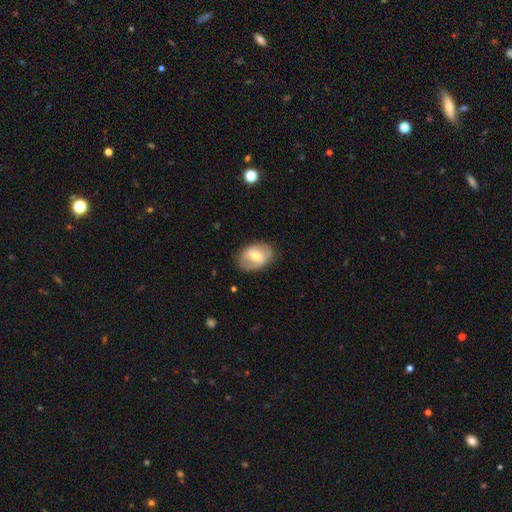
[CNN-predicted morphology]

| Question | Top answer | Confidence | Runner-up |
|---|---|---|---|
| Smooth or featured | featured or disk | 49% | smooth (44%) |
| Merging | none | 75% | minor disturbance (18%) |